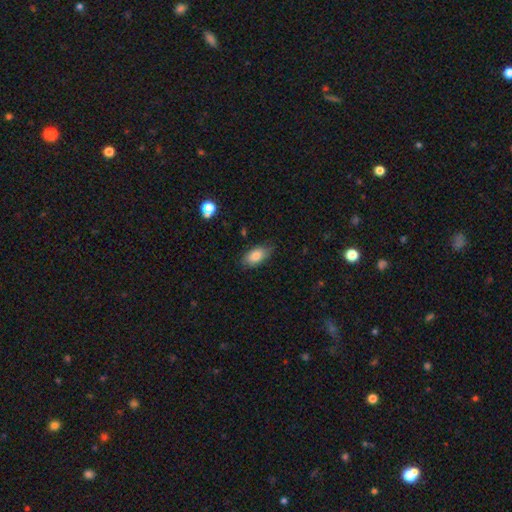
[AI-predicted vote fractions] Smooth or featured? smooth (84%)
How rounded? in between (91%)
Merging? none (78%)